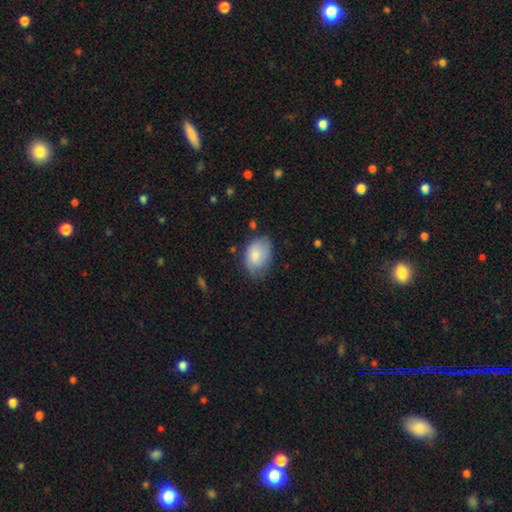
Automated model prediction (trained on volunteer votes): Morphology: type=smooth (80%); roundness=in between (81%); merging=none (60%).